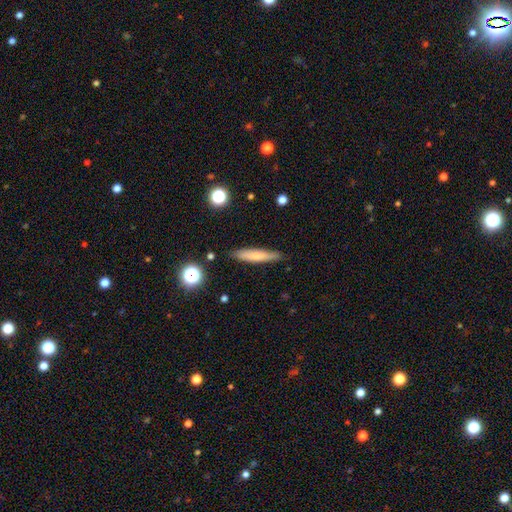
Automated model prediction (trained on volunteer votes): Morphology: type=smooth (69%); roundness=cigar-shaped (91%); merging=none (87%).